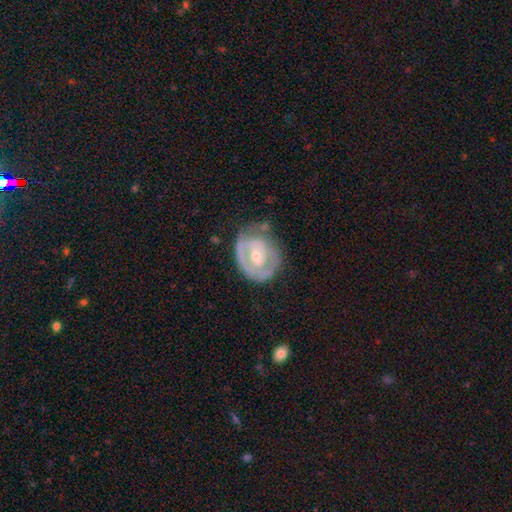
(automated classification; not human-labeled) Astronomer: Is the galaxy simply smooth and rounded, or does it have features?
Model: featured or disk — 71%.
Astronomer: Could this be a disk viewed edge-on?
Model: no — 96%.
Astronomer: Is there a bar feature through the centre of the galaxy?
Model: no — 53% (runner-up: weak, 34%).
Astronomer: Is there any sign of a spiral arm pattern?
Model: yes — 55% (runner-up: no, 45%).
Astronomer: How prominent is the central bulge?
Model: small — 52% (runner-up: moderate, 44%).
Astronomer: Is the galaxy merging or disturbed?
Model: none — 54%.